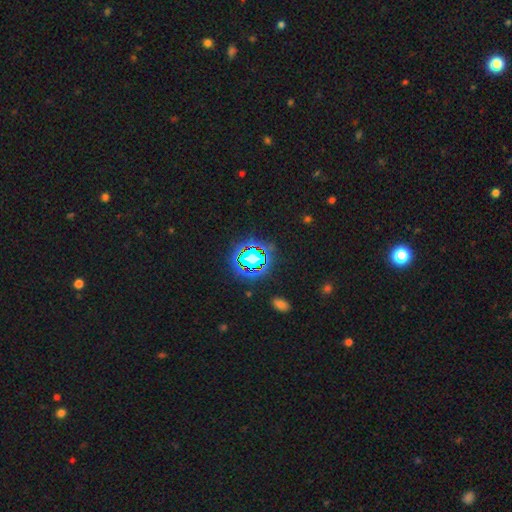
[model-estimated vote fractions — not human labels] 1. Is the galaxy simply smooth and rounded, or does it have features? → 78% star or artifact, 14% smooth, 8% featured or disk.